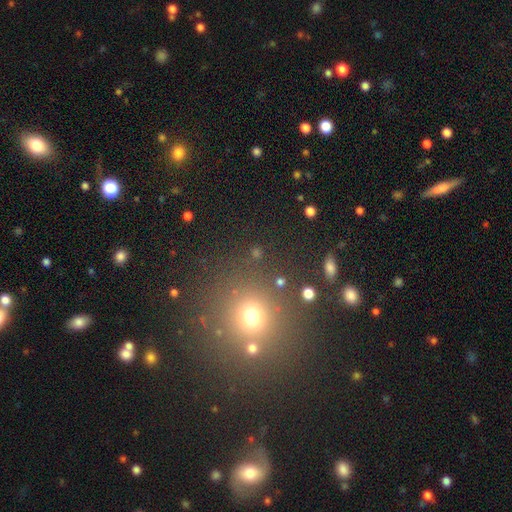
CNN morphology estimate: The model was most divided on "smooth or featured": smooth: 55%, star or artifact: 37%, featured or disk: 8%. More confident: how rounded — round (89%); merging — none (83%).